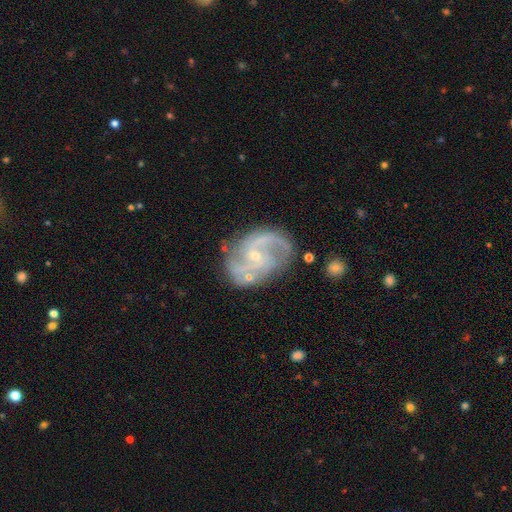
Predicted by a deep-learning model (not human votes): featured or disk 88%, smooth 6%, star or artifact 6%. Down the decision tree: edge-on disk — no (98%); bar — no (52%); spiral arms — yes (96%); spiral arm count — 2 (77%); spiral winding — medium (53%); bulge size — small (76%); merging — none (67%).